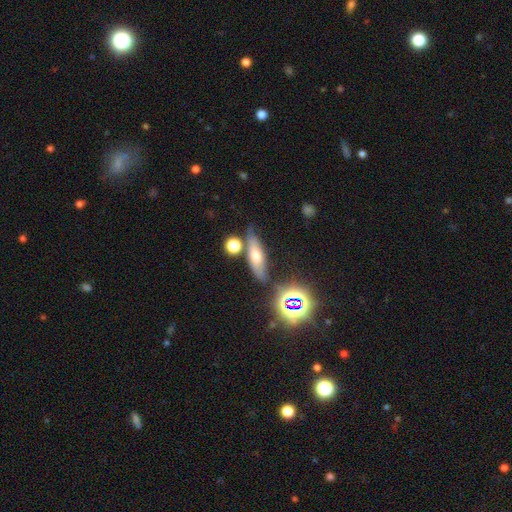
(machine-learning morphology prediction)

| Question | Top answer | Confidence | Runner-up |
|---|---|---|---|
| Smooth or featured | smooth | 51% | featured or disk (30%) |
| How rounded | cigar-shaped | 50% | in between (43%) |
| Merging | none | 69% | minor disturbance (17%) |